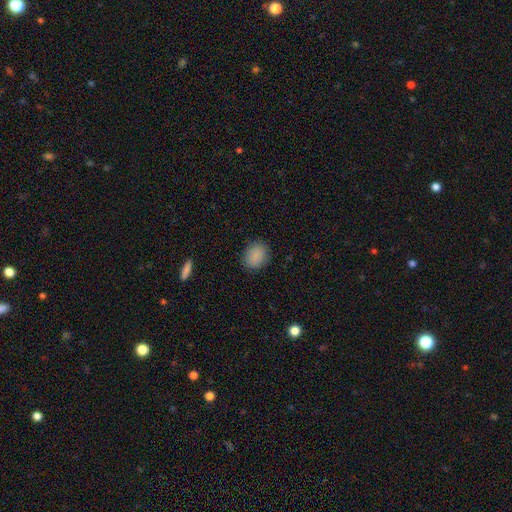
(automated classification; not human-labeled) Smooth or featured? smooth (88%)
How rounded? round (50%)
Merging? none (85%)